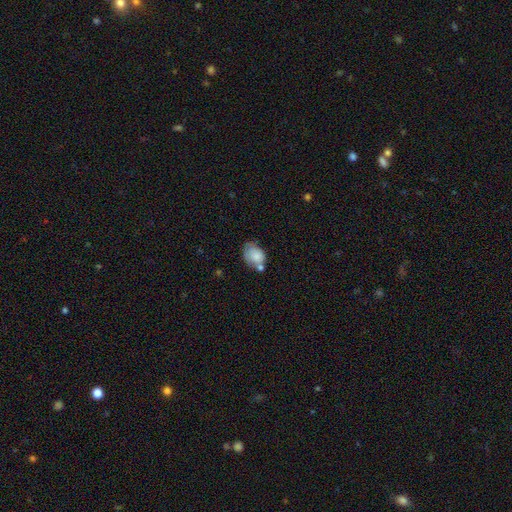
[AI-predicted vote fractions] A smooth galaxy with no disk features (77%) that is in between round and cigar-shaped (71%). Merging: none (40%).